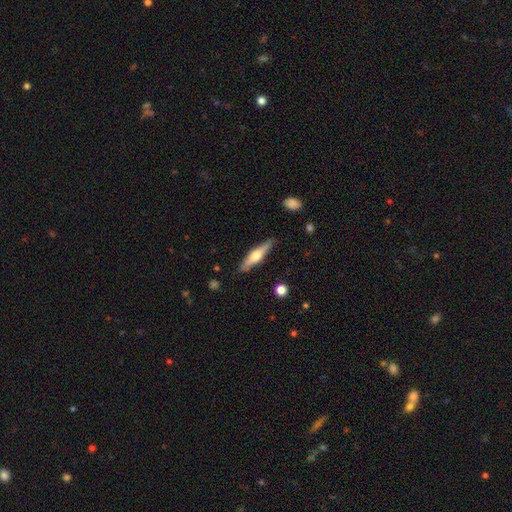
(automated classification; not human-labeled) Smooth or featured? featured or disk (57%)
Edge-on disk? yes (95%)
Edge-on bulge? rounded (90%)
Merging? none (87%)